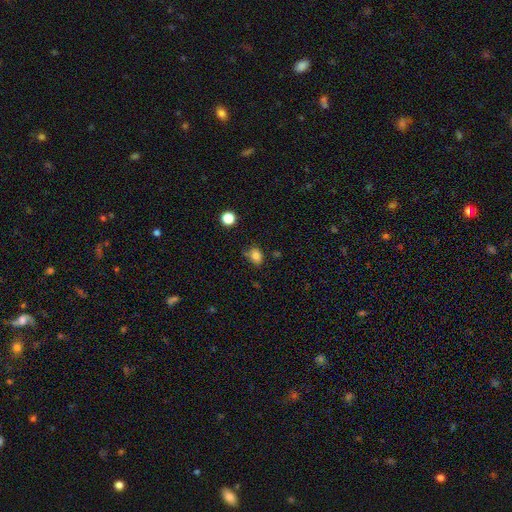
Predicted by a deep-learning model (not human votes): Q: Smooth or featured?
A: smooth (80%); runner-up: star or artifact (12%)
Q: How rounded?
A: in between (51%); runner-up: round (48%)
Q: Merging?
A: none (69%); runner-up: minor disturbance (22%)